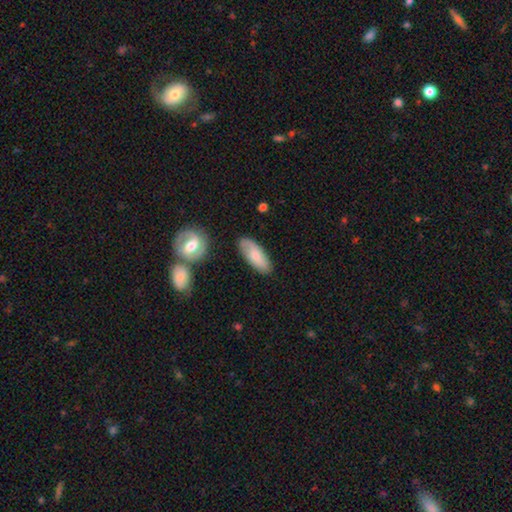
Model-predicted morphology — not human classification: A smooth galaxy with no disk features (68%) that is in between round and cigar-shaped (78%). Merging: none (78%).